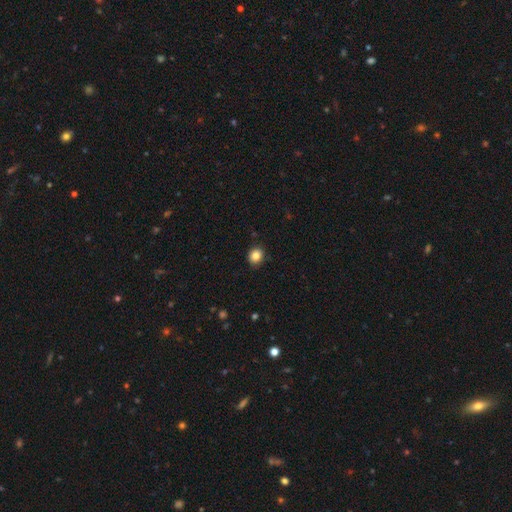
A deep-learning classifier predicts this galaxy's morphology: Q: Smooth or featured?
A: smooth (84%); runner-up: star or artifact (10%)
Q: How rounded?
A: round (75%); runner-up: in between (24%)
Q: Merging?
A: none (90%); runner-up: minor disturbance (7%)